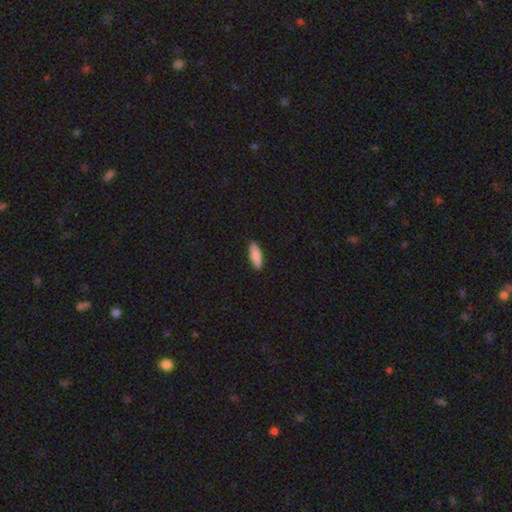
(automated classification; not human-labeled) Smooth or featured?
  - smooth: 88% *
  - featured or disk: 7%
  - star or artifact: 5%
How rounded?
  - in between: 50% *
  - cigar-shaped: 48%
  - round: 2%
Merging?
  - none: 91% *
  - minor disturbance: 7%
  - major disturbance: 1%
  - merger: 1%